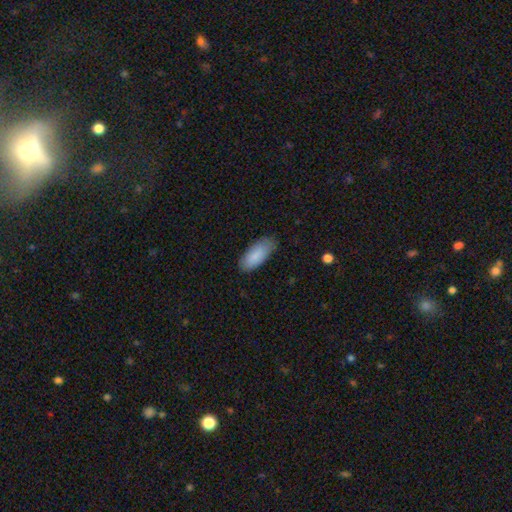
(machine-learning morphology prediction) type=smooth (88%); roundness=in between (83%); merging=none (77%).